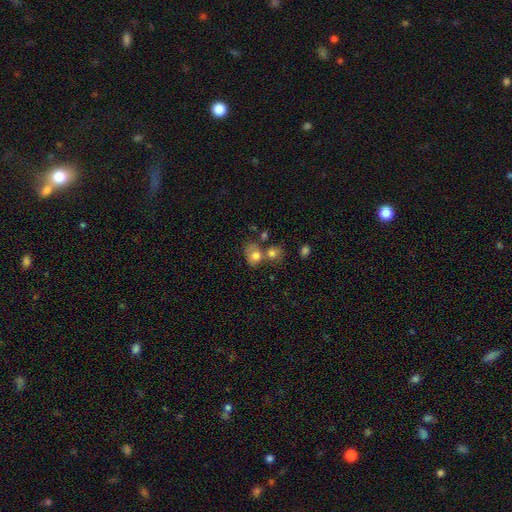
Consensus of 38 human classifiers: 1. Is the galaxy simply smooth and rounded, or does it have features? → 74% smooth, 24% featured or disk, 3% star or artifact.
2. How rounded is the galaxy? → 57% round, 43% in between, 0% cigar-shaped.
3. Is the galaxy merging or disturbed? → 59% merger, 22% none, 16% minor disturbance, 3% major disturbance.